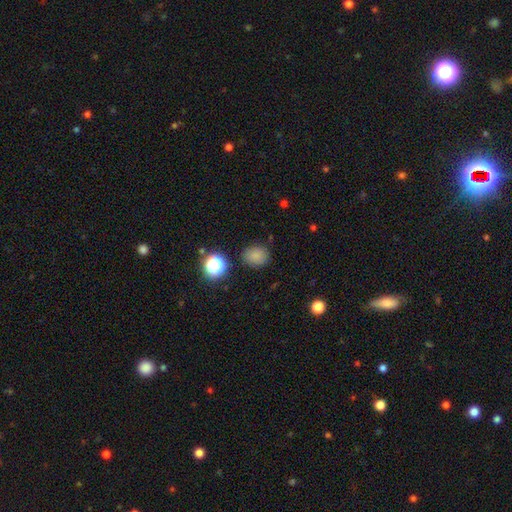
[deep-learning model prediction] Q: Smooth or featured?
A: smooth (78%); runner-up: star or artifact (16%)
Q: How rounded?
A: round (65%); runner-up: in between (34%)
Q: Merging?
A: none (82%); runner-up: minor disturbance (12%)